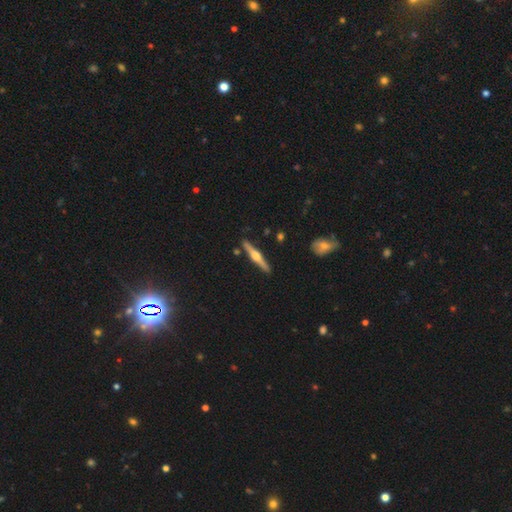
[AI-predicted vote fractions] smooth-or-featured: featured or disk: 74% | smooth: 21% | star or artifact: 5%
  disk-edge-on: yes: 98% | no: 2%
    edge-on-bulge: rounded: 94% | boxy: 3% | none: 2%
  merging: none: 90% | minor disturbance: 6% | merger: 2% | major disturbance: 1%